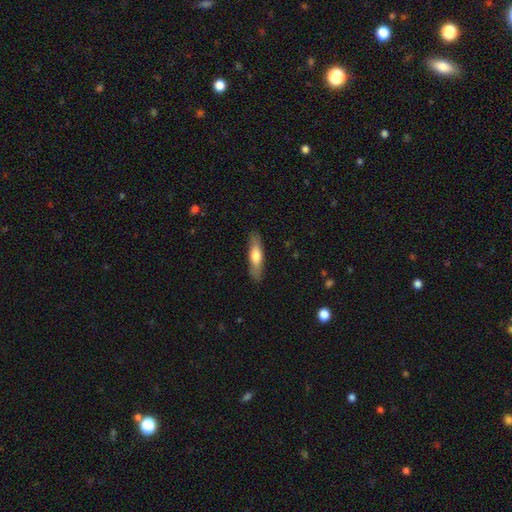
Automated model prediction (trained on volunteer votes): A smooth galaxy with no disk features (63%) that is cigar-shaped (65%).

Vote fractions:
- Smooth or featured? smooth: 63% / featured or disk: 31% / star or artifact: 5%
- How rounded? cigar-shaped: 65% / in between: 33% / round: 2%
- Merging? none: 85% / minor disturbance: 11% / major disturbance: 2% / merger: 1%